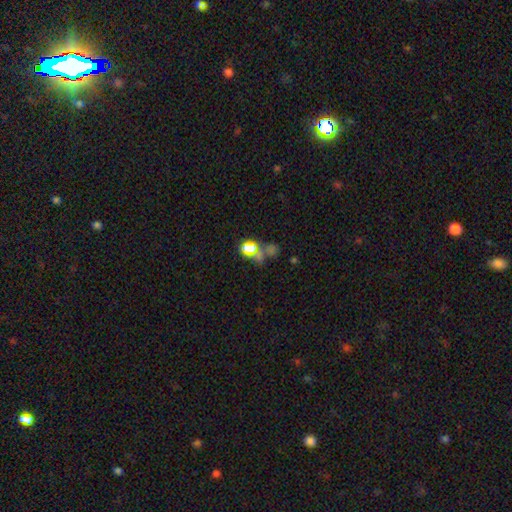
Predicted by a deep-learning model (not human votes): Smooth or featured?
  - star or artifact: 45% *
  - smooth: 36%
  - featured or disk: 19%